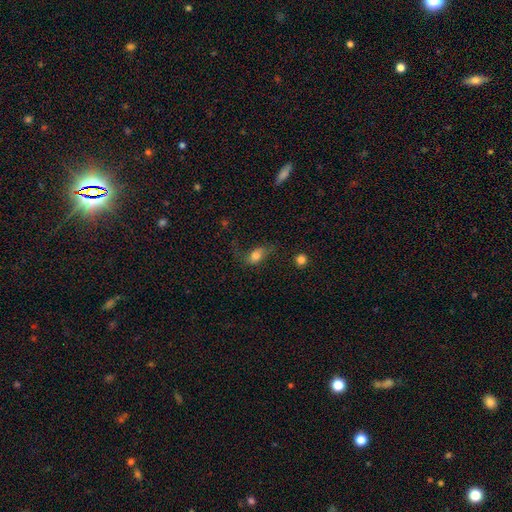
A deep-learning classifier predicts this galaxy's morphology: Smooth or featured: smooth — 71% (featured or disk — 19%)
How rounded: in between — 81% (round — 15%)
Merging: none — 41% (major disturbance — 29%)